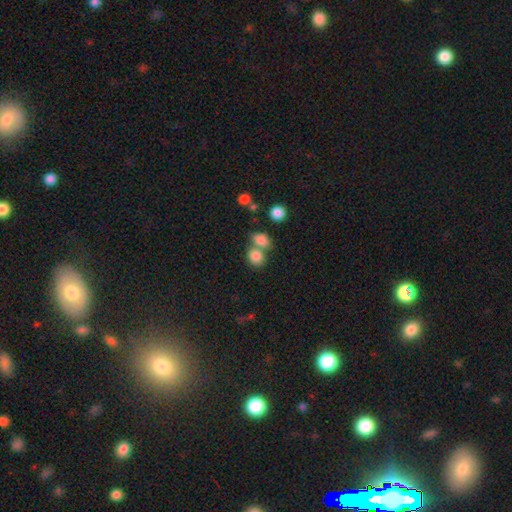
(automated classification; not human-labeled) Q: Smooth or featured?
A: smooth (82%); runner-up: star or artifact (11%)
Q: How rounded?
A: round (59%); runner-up: in between (39%)
Q: Merging?
A: none (44%); runner-up: merger (43%)